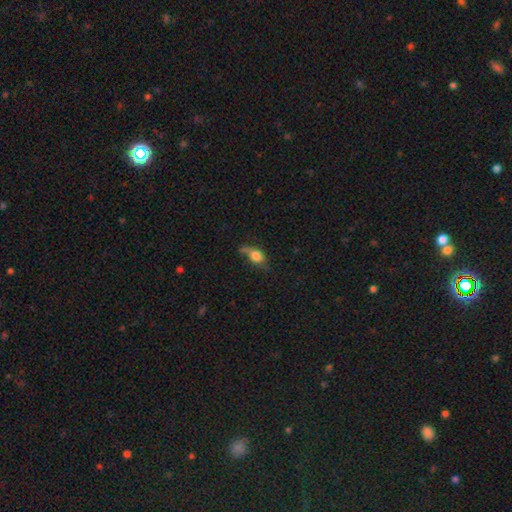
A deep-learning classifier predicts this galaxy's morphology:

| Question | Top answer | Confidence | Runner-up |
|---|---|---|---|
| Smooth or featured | smooth | 70% | featured or disk (20%) |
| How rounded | in between | 63% | round (32%) |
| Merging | none | 35% | minor disturbance (30%) |